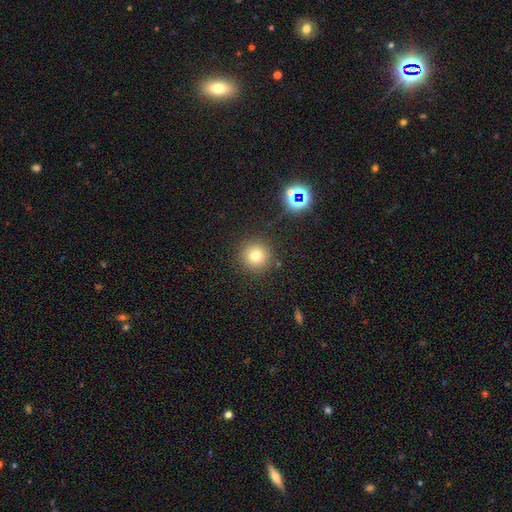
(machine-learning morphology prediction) A smooth galaxy with no disk features (75%) that is round (95%).

Vote fractions:
- Smooth or featured? smooth: 75% / star or artifact: 17% / featured or disk: 8%
- How rounded? round: 95% / in between: 4% / cigar-shaped: 1%
- Merging? none: 89% / minor disturbance: 6% / major disturbance: 3% / merger: 2%